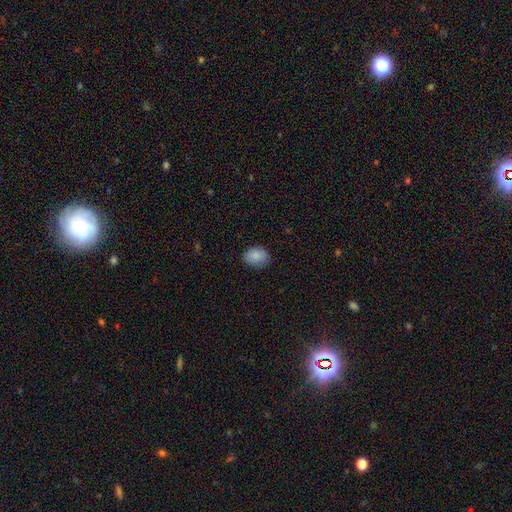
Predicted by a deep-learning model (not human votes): smooth 87%, star or artifact 8%, featured or disk 5%. Down the decision tree: how rounded — in between (63%); merging — none (83%).